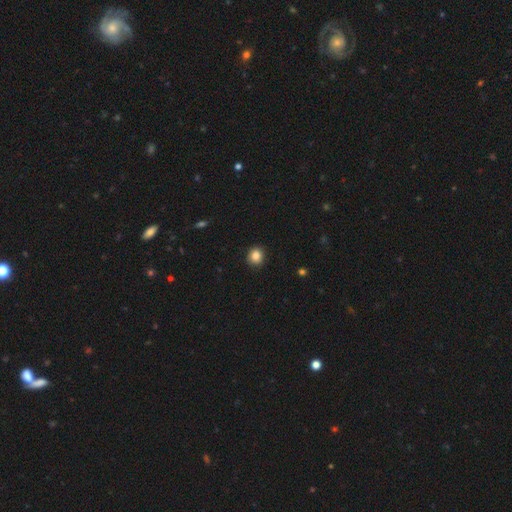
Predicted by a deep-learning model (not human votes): Morphology: type=smooth (85%); roundness=round (86%); merging=none (91%).